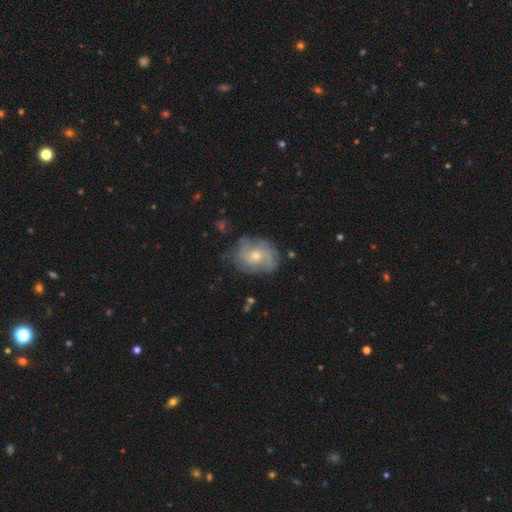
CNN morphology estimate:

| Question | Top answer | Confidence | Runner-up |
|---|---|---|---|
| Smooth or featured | featured or disk | 66% | smooth (26%) |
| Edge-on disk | no | 97% | yes (3%) |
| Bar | no | 72% | weak (25%) |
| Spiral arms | yes | 82% | no (18%) |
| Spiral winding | tight | 46% | medium (37%) |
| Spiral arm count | can't tell | 43% | 2 (25%) |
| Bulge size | moderate | 52% | small (43%) |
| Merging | none | 68% | minor disturbance (22%) |